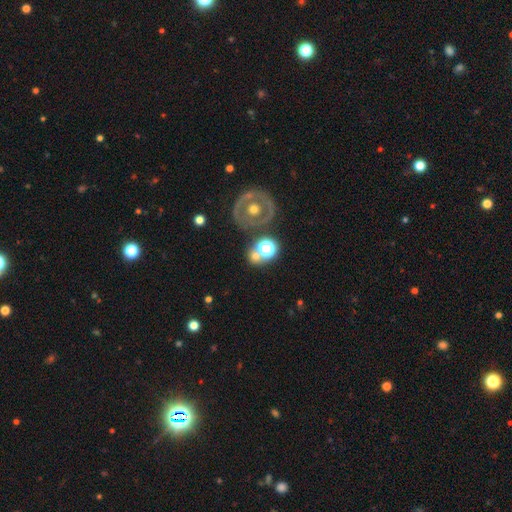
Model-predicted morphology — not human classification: Smooth or featured?
  - smooth: 53% *
  - featured or disk: 25%
  - star or artifact: 22%
How rounded?
  - round: 84% *
  - in between: 14%
  - cigar-shaped: 1%
Merging?
  - none: 70% *
  - merger: 14%
  - minor disturbance: 11%
  - major disturbance: 5%